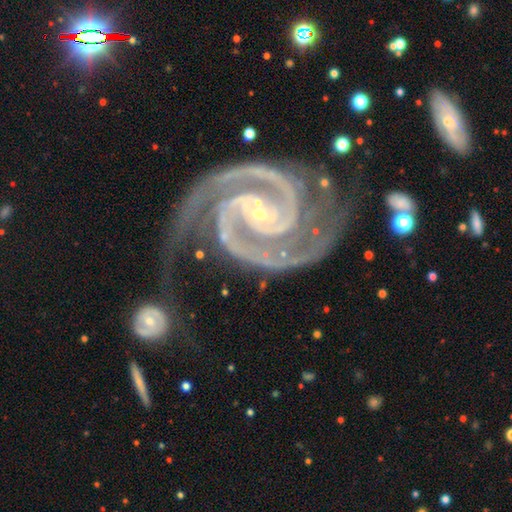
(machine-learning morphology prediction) This appears to be a featured or disk galaxy (95%) with no bar (45%), 2 (90%) tight (63%) spiral arms (99%) and a small central bulge (86%). Merging: none (60%).